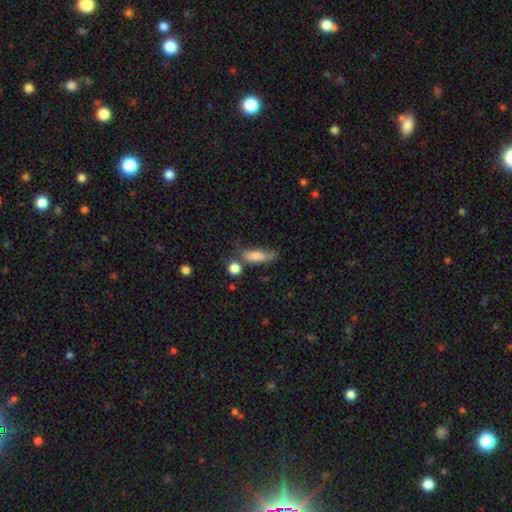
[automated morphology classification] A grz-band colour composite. It shows a smooth galaxy with no disk features (76%) that is in between round and cigar-shaped (53%). Merging: none (45%).